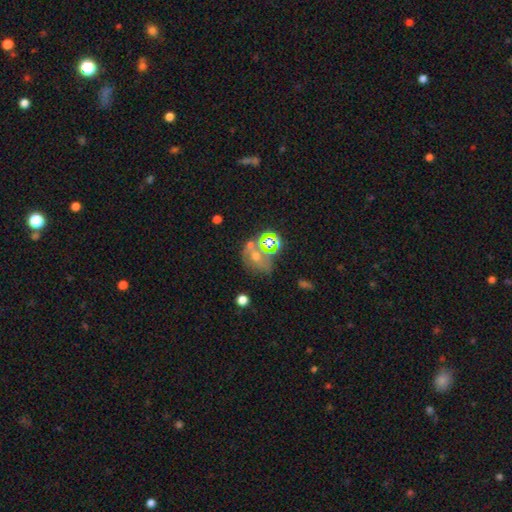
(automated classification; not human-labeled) The model was most divided on "smooth or featured": smooth: 39%, star or artifact: 31%, featured or disk: 30%. Remaining: merging — none (43%).